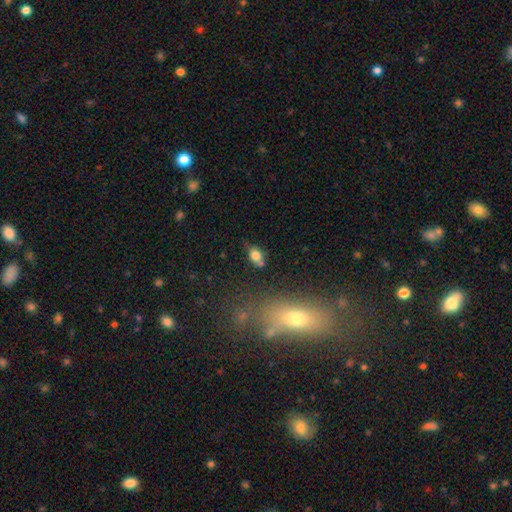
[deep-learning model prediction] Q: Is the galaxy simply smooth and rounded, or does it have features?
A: smooth — 75%.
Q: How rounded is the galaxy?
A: in between — 78%.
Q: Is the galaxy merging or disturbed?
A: none — 58%.